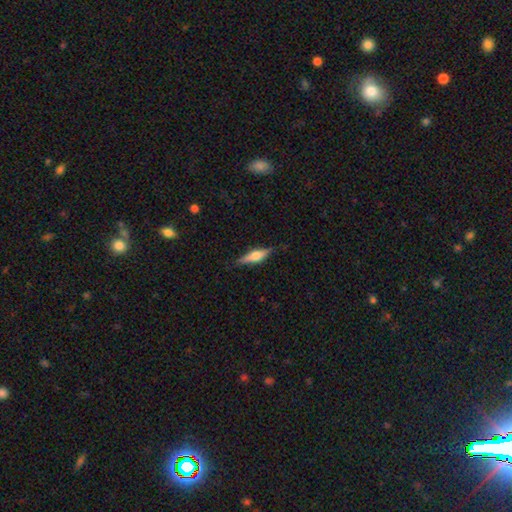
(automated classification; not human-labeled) featured or disk 57%, smooth 37%, star or artifact 6%. Down the decision tree: edge-on disk — yes (95%); edge-on bulge — rounded (90%); merging — none (82%).